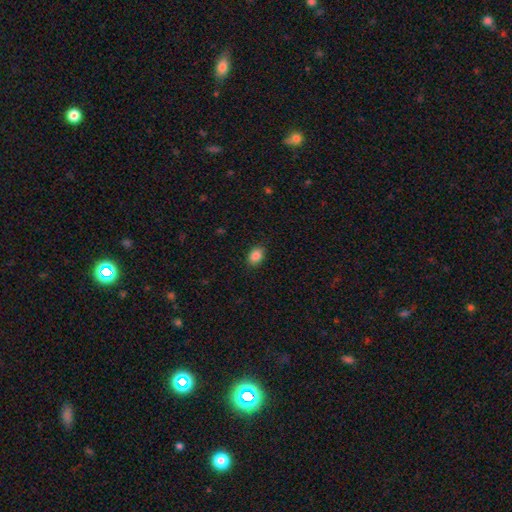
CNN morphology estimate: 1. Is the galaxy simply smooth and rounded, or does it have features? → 87% smooth, 9% star or artifact, 4% featured or disk.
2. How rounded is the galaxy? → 74% in between, 25% round, 1% cigar-shaped.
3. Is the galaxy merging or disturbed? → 89% none, 8% minor disturbance, 2% major disturbance, 1% merger.